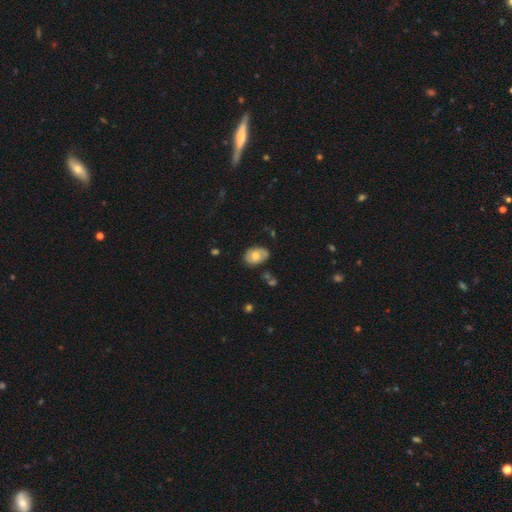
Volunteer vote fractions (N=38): Smooth or featured: smooth — 84% (featured or disk — 11%)
How rounded: in between — 84% (round — 16%)
Merging: none — 53% (minor disturbance — 39%)